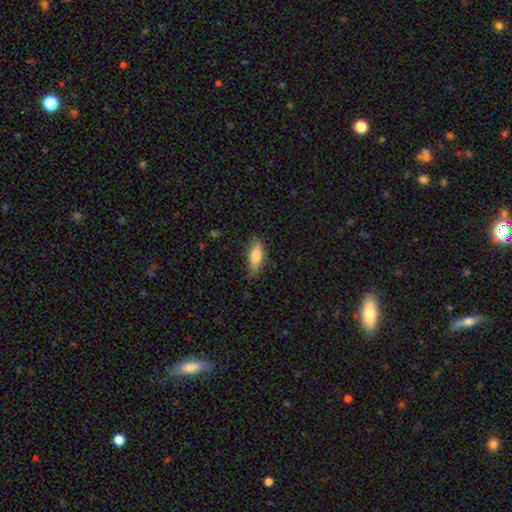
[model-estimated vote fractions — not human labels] This is likely a smooth galaxy (79%). How rounded: likely in between (68%). Merging: likely none (74%).